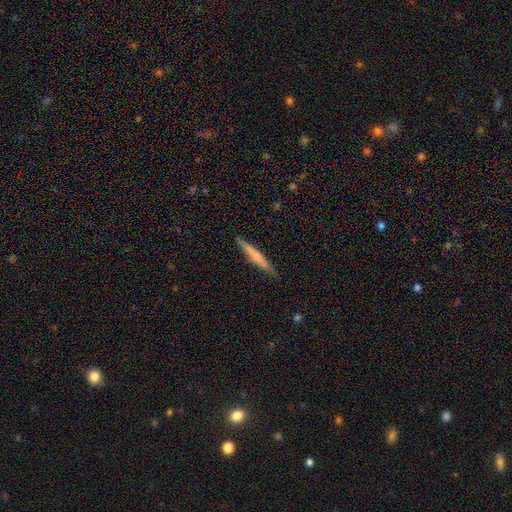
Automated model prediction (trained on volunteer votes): Overall: smooth (56%; featured or disk 38%). How rounded: cigar-shaped (95%). Merging: none (89%).